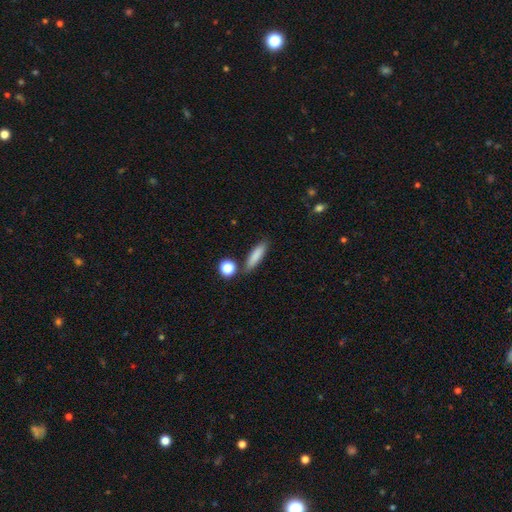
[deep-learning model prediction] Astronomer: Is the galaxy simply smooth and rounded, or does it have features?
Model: smooth — 83%.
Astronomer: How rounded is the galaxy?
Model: cigar-shaped — 64%.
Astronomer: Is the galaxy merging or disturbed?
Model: none — 77%.